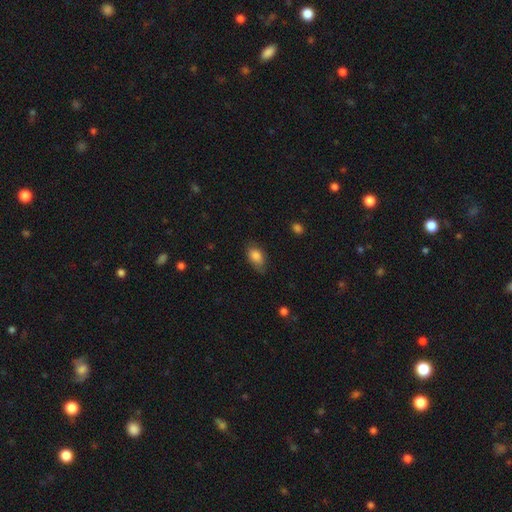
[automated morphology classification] smooth 84%, featured or disk 9%, star or artifact 8%. Down the decision tree: how rounded — in between (89%); merging — none (66%).